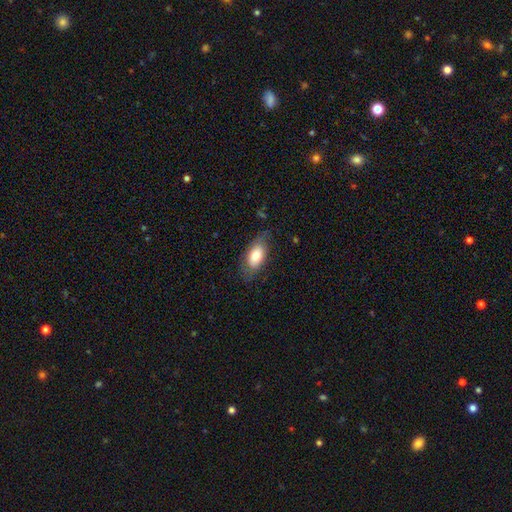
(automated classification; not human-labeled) Morphology: type=smooth (73%); roundness=in between (89%); merging=none (70%).